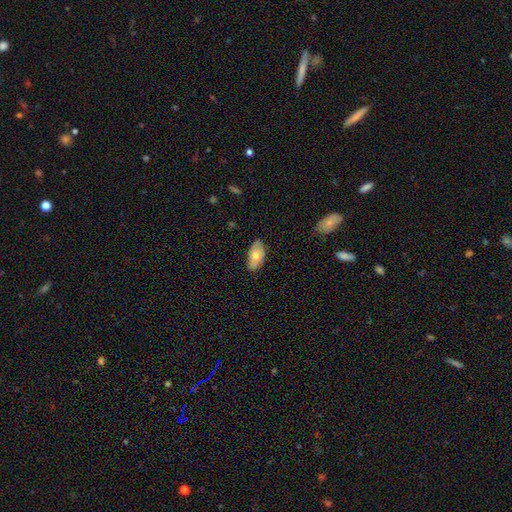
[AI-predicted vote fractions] Morphology: type=smooth (68%); roundness=in between (93%); merging=none (78%).